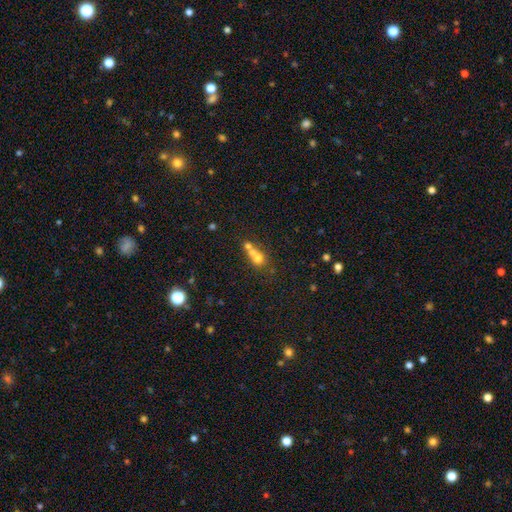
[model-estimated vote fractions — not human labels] Smooth or featured: smooth — 62% (featured or disk — 22%)
How rounded: round — 79% (in between — 20%)
Merging: merger — 61% (none — 29%)